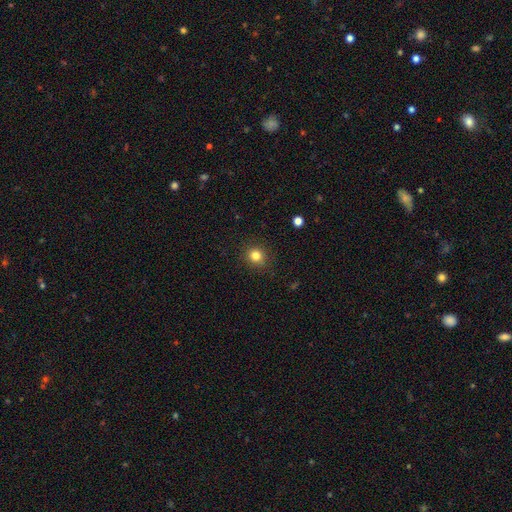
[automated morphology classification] A smooth galaxy with no disk features (82%) that is round (86%).

Vote fractions:
- Smooth or featured? smooth: 82% / star or artifact: 12% / featured or disk: 6%
- How rounded? round: 86% / in between: 13% / cigar-shaped: 1%
- Merging? none: 89% / minor disturbance: 8% / major disturbance: 2% / merger: 1%